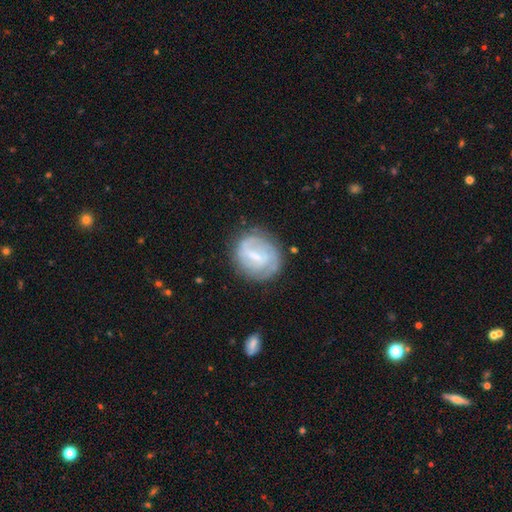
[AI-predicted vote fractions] Smooth or featured? featured or disk (61%)
Edge-on disk? no (97%)
Bar? weak (53%)
Spiral arms? yes (67%)
Bulge size? small (45%)
Merging? none (68%)